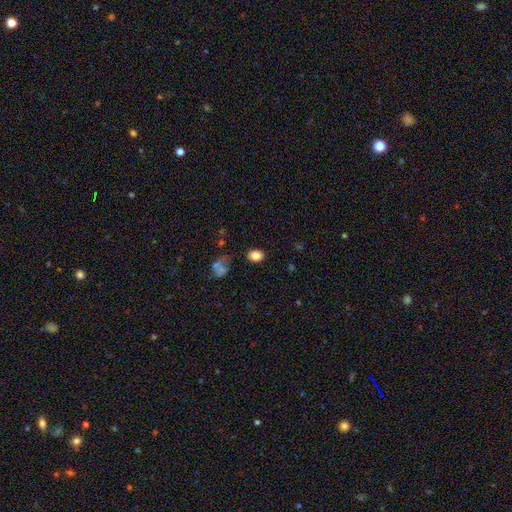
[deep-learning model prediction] Morphology: type=smooth (82%); roundness=in between (70%); merging=none (82%).